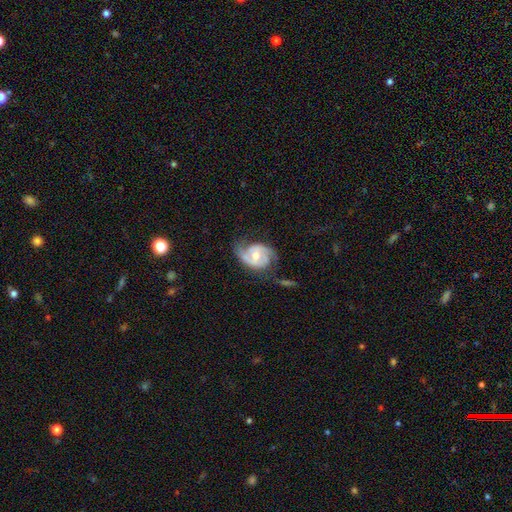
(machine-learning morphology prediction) This is clearly a featured or disk galaxy (85%). It is clearly not viewed edge-on (98%). Bar: possibly no (50%). Spiral arm pattern: clearly yes (96%). Spiral arm count: clearly 2 (84%). Spiral winding: possibly medium (49%). Central bulge: likely moderate (62%). Merging: possibly none (60%).